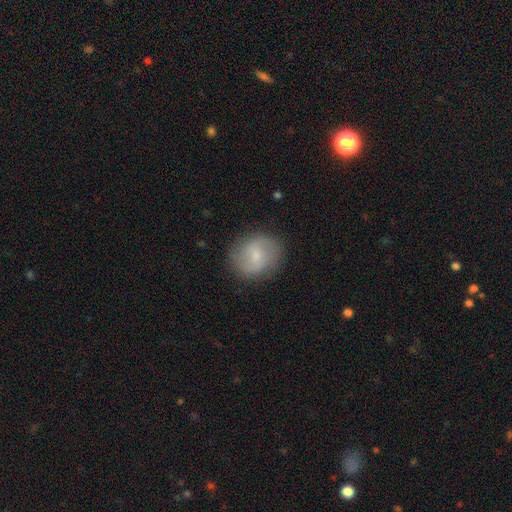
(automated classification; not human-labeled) Smooth or featured: smooth — 50% (featured or disk — 42%)
How rounded: round — 75% (in between — 24%)
Merging: none — 82% (minor disturbance — 12%)